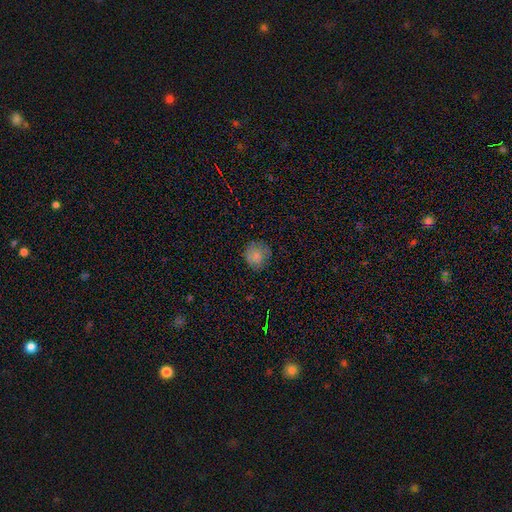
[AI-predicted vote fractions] smooth-or-featured: smooth: 81% | star or artifact: 10% | featured or disk: 9%
  how-rounded: round: 89% | in between: 10% | cigar-shaped: 1%
  merging: none: 77% | minor disturbance: 17% | major disturbance: 5% | merger: 1%